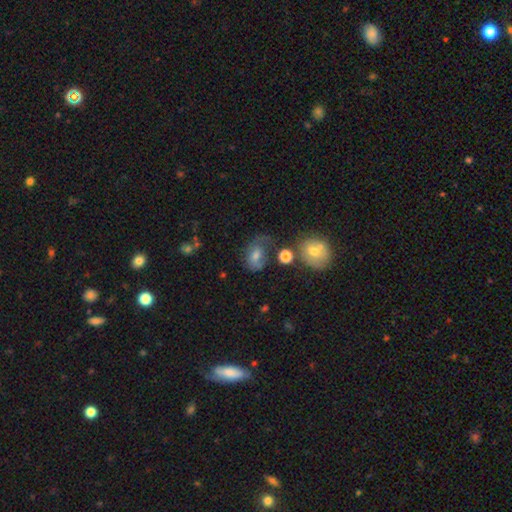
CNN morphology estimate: smooth 54%, featured or disk 29%, star or artifact 17%. Down the decision tree: how rounded — in between (71%); merging — none (37%).